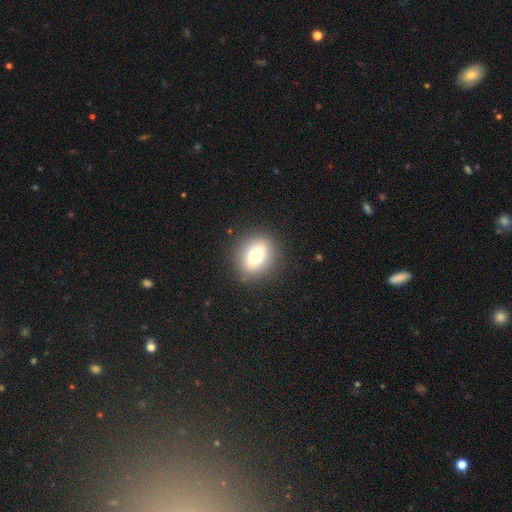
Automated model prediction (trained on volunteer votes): A smooth galaxy with no disk features (71%) that is round (65%). Merging: none (88%).